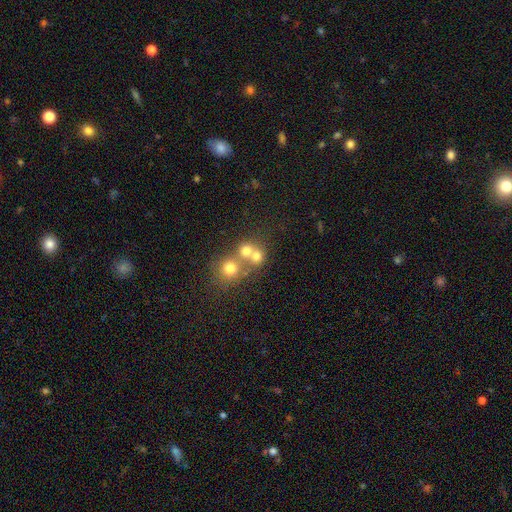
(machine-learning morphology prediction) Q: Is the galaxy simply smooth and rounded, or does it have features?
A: smooth — 68%.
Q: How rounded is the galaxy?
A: round — 84%.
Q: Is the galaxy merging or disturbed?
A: merger — 50%.